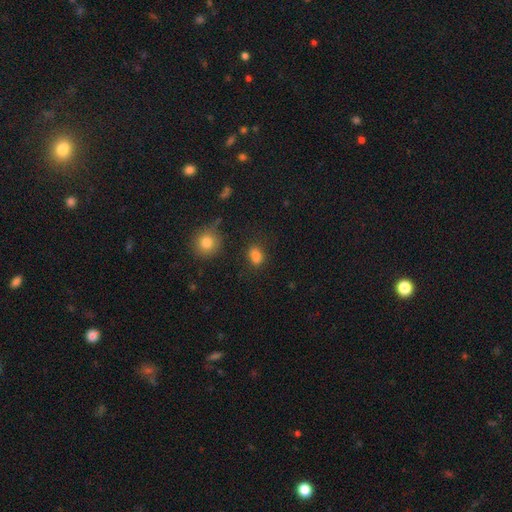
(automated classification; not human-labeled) smooth_or_featured: smooth (p=0.80) [alt: star or artifact p=0.13]
how_rounded: in between (p=0.68) [alt: round p=0.30]
merging: none (p=0.66) [alt: minor disturbance p=0.16]